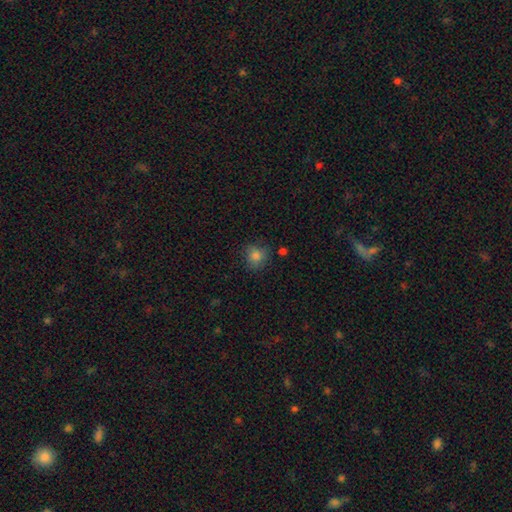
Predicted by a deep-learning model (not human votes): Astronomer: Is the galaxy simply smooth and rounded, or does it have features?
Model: smooth — 83%.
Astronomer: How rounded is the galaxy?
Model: round — 84%.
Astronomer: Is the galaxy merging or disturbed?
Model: none — 77%.